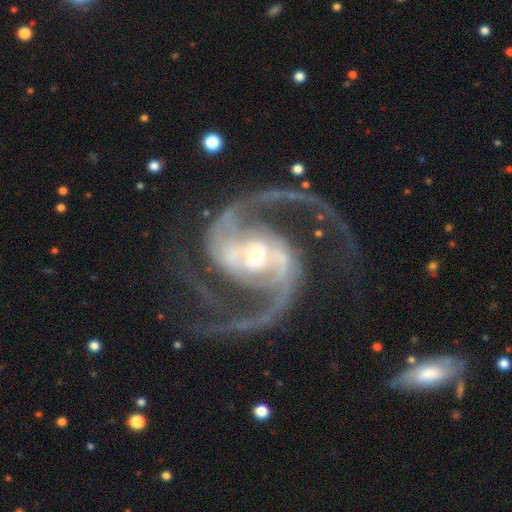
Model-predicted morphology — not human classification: Smooth or featured? Predicted: featured or disk (p=0.94). Edge-on disk? Predicted: no (p=0.98). Bar? Predicted: strong (p=0.39). Spiral arms? Predicted: yes (p=0.99). Spiral winding? Predicted: medium (p=0.66). Spiral arm count? Predicted: 2 (p=0.93). Bulge size? Predicted: small (p=0.49). Merging? Predicted: none (p=0.78).